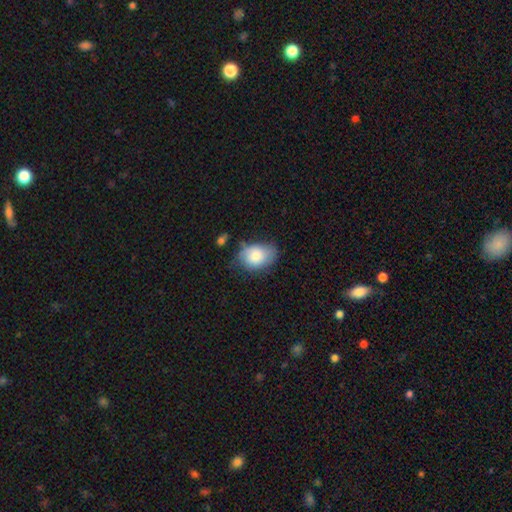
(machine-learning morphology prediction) Q: Smooth or featured?
A: smooth (80%); runner-up: featured or disk (12%)
Q: How rounded?
A: in between (75%); runner-up: round (24%)
Q: Merging?
A: none (56%); runner-up: minor disturbance (31%)